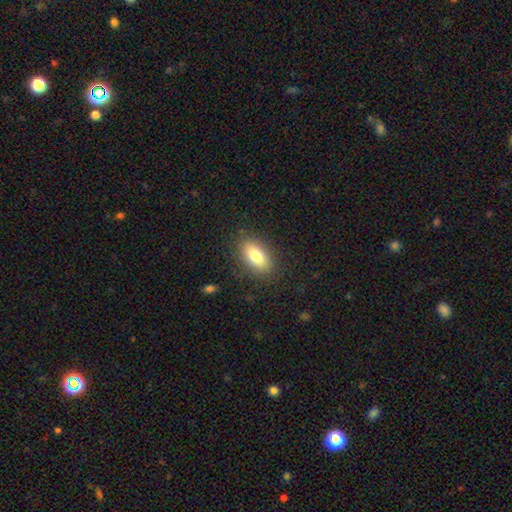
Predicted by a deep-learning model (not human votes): The model was most divided on "smooth or featured": smooth: 80%, featured or disk: 12%, star or artifact: 8%. More confident: how rounded — in between (89%); merging — none (85%).